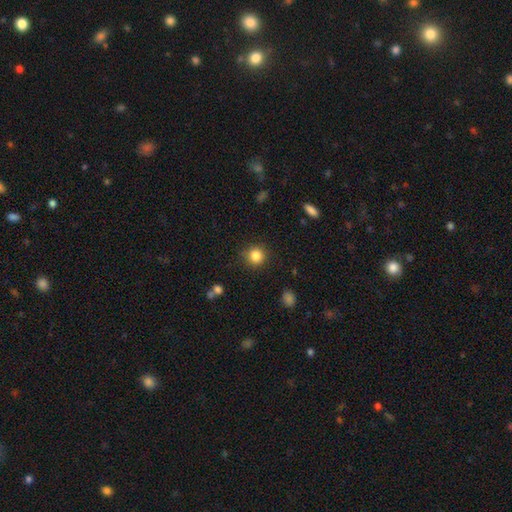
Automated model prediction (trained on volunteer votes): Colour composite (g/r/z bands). It shows a smooth galaxy with no disk features (85%) that is round (92%). Merging: none (86%).